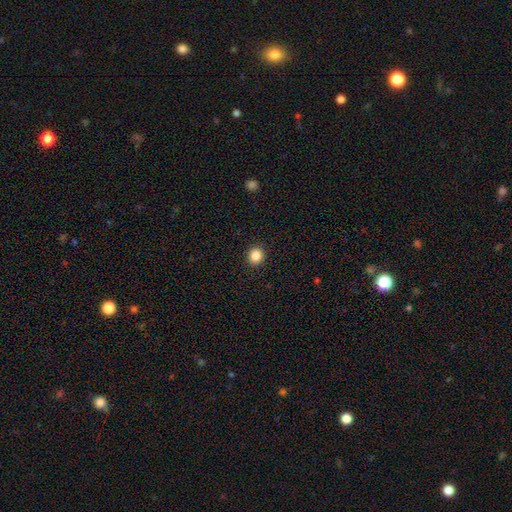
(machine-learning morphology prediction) A smooth galaxy with no disk features (86%) that is round (81%).

Vote fractions:
- Smooth or featured? smooth: 86% / star or artifact: 10% / featured or disk: 3%
- How rounded? round: 81% / in between: 18% / cigar-shaped: 1%
- Merging? none: 92% / minor disturbance: 5% / major disturbance: 2% / merger: 1%